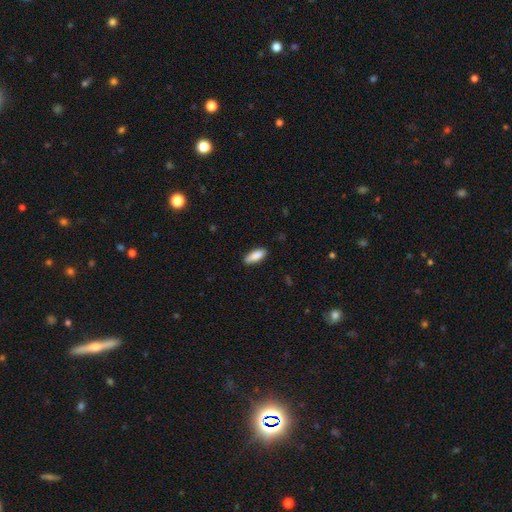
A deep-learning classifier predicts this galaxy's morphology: Smooth or featured? smooth (87%)
How rounded? in between (73%)
Merging? none (84%)